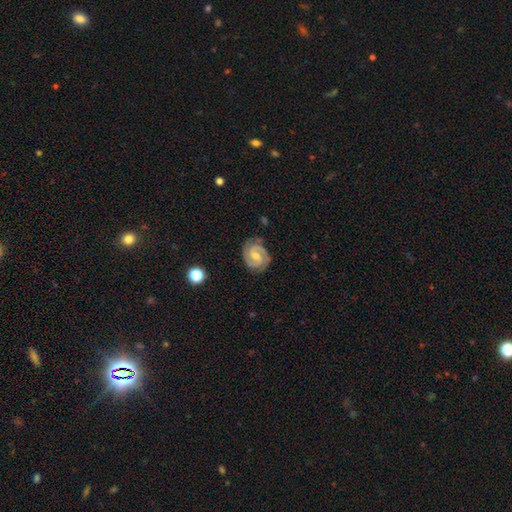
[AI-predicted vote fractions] smooth-or-featured: featured or disk: 89% | smooth: 6% | star or artifact: 5%
  disk-edge-on: no: 98% | yes: 2%
    bar: weak: 52% | no: 28% | strong: 19%
    has-spiral-arms: yes: 98% | no: 2%
      spiral-winding: tight: 60% | medium: 35% | loose: 4%
      spiral-arm-count: 2: 88% | 3: 6% | can't tell: 3% | 1: 1% | 4: 1% | more than 4: 1%
    bulge-size: small: 49% | moderate: 41% | none: 7% | large: 2% | dominant: 1%
  merging: none: 81% | minor disturbance: 14% | major disturbance: 4% | merger: 1%